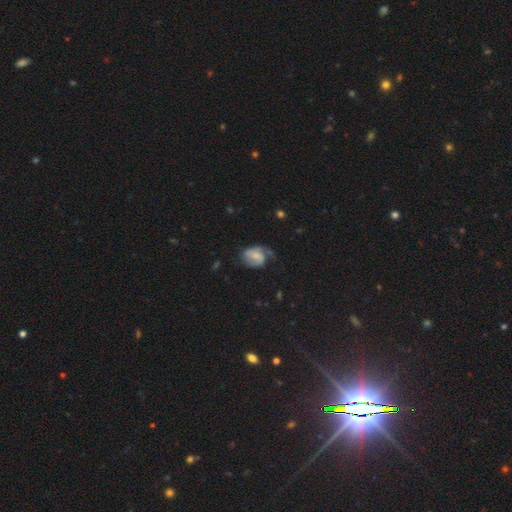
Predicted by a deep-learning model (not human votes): This appears to be a featured or disk galaxy (58%) with no bar (44%), spiral arms (87%) and a small central bulge (39%). Merging: none (42%).